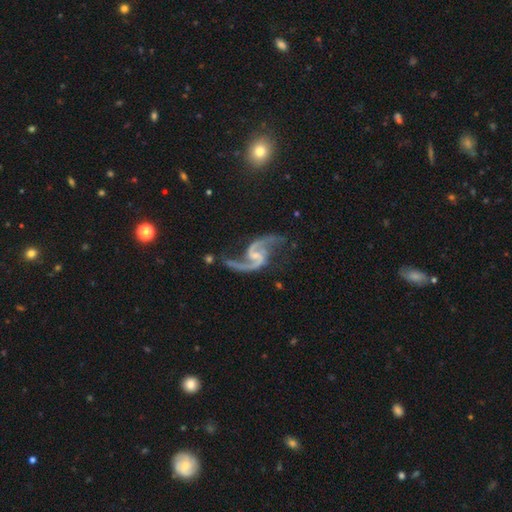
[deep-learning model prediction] Morphology: type=featured or disk (93%); edge-on=no (98%); bar=weak (49%); spiral arms=yes (98%); winding=loose (67%); arm count=2 (94%); bulge=small (59%); merging=none (65%).